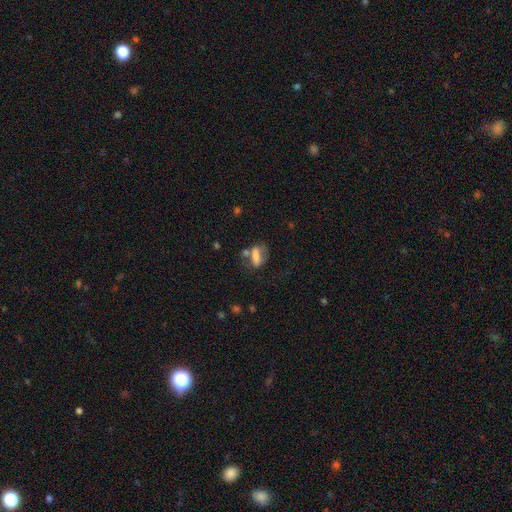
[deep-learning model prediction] This appears to be a smooth galaxy with no disk features (64%) that is in between round and cigar-shaped (64%). Merging: none (45%).